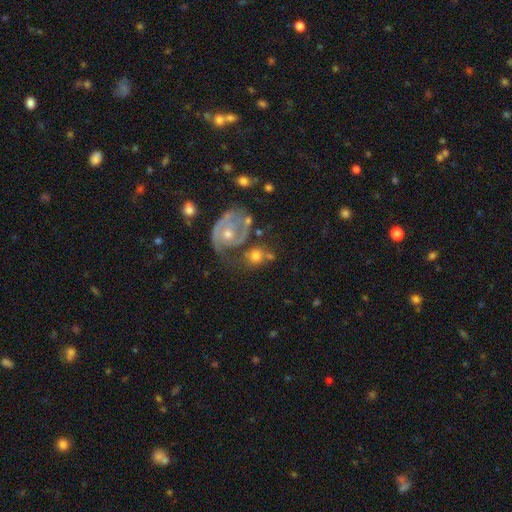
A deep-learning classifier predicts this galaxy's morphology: Smooth or featured: smooth — 49% (featured or disk — 42%)
Merging: none — 42% (merger — 25%)